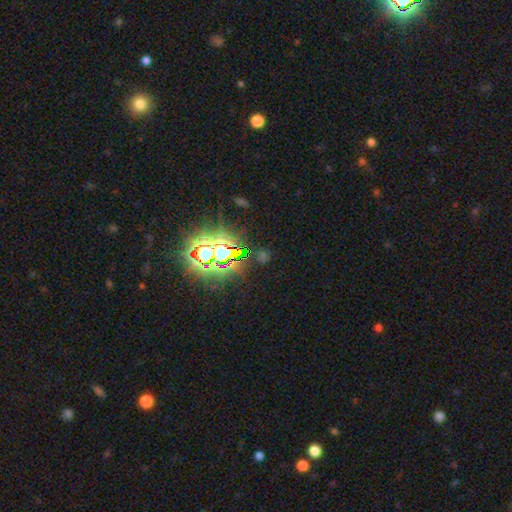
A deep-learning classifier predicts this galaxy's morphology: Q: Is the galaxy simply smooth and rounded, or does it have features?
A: star or artifact — 80%.